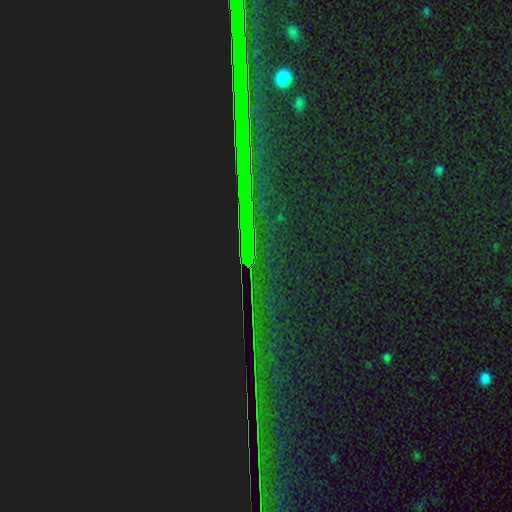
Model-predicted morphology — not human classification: smooth_or_featured: star or artifact (p=0.86) [alt: smooth p=0.07]